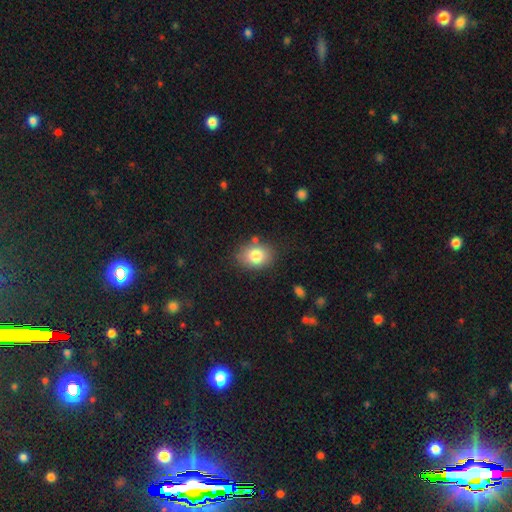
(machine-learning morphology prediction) Smooth or featured? smooth (81%)
How rounded? in between (64%)
Merging? none (78%)